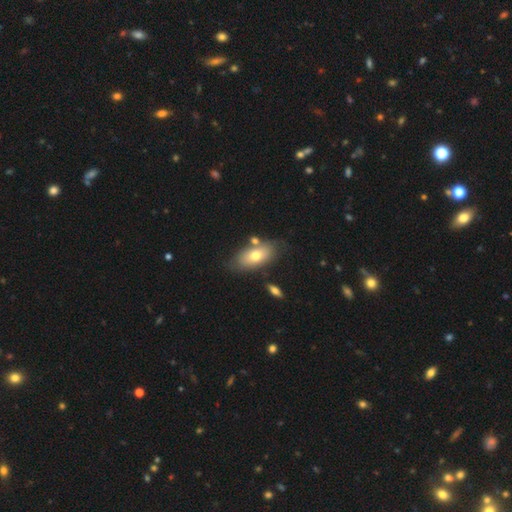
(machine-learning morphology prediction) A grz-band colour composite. It shows a smooth galaxy with no disk features (70%) that is in between round and cigar-shaped (89%). Merging: none (68%).